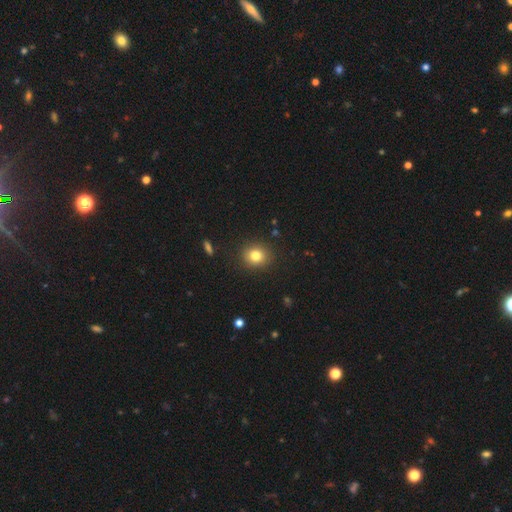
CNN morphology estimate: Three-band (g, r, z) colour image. It shows a smooth galaxy with no disk features (81%) that is round (77%). Merging: none (89%).